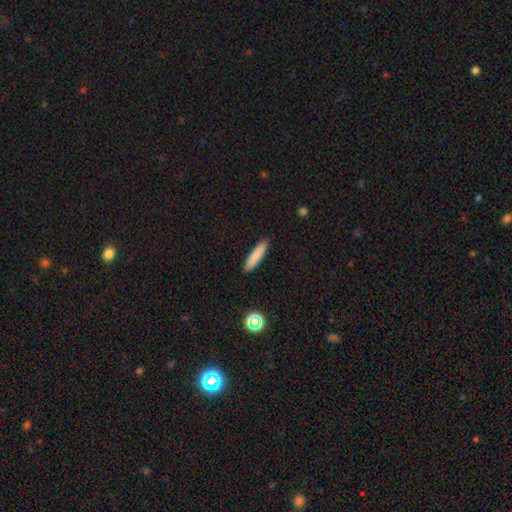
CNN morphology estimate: The model was most divided on "how rounded": cigar-shaped: 83%, in between: 16%, round: 1%. More confident: merging — none (89%); smooth or featured — smooth (83%).